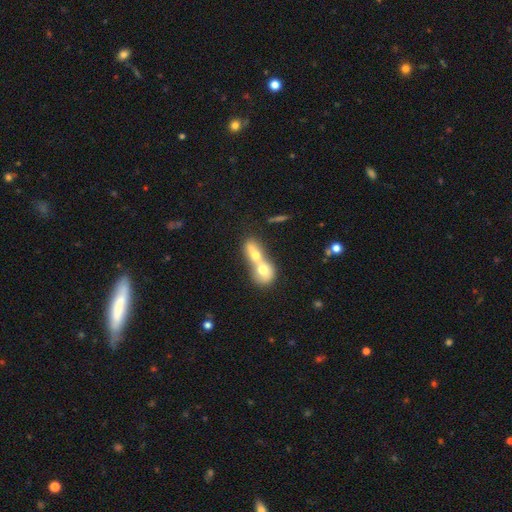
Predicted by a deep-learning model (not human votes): smooth 59%, featured or disk 31%, star or artifact 10%. Down the decision tree: how rounded — in between (50%); merging — merger (79%).